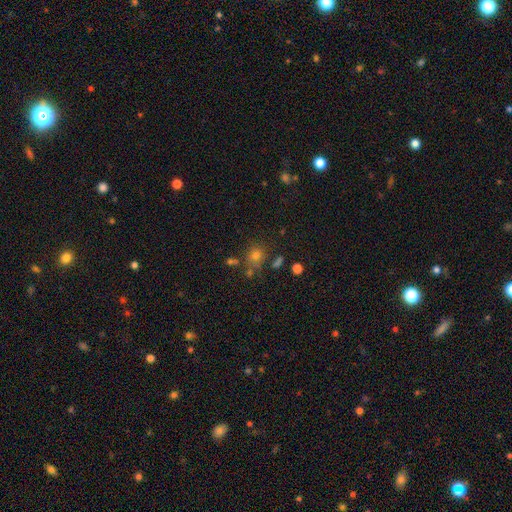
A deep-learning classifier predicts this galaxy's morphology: smooth 60%, star or artifact 28%, featured or disk 11%. Down the decision tree: how rounded — round (80%); merging — none (67%).